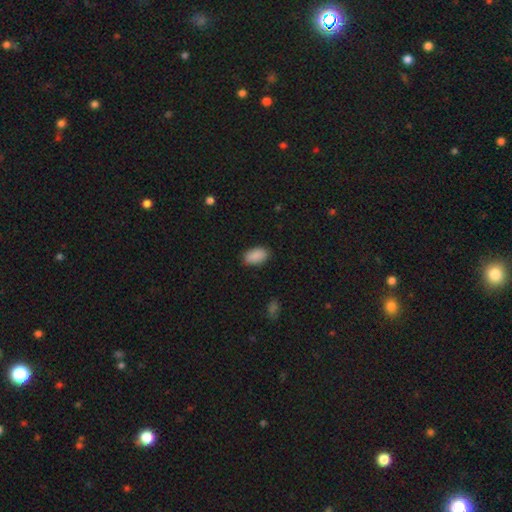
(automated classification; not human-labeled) Overall: smooth (89%). How rounded: in between (93%). Merging: none (84%).